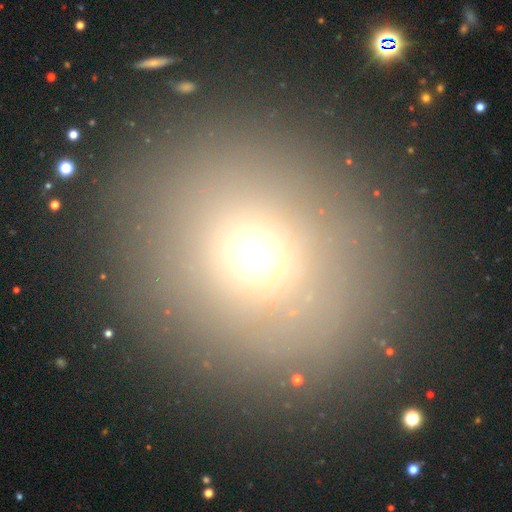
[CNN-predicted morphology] The model was most divided on "smooth or featured": smooth: 66%, star or artifact: 24%, featured or disk: 10%. More confident: merging — none (87%); how rounded — round (84%).